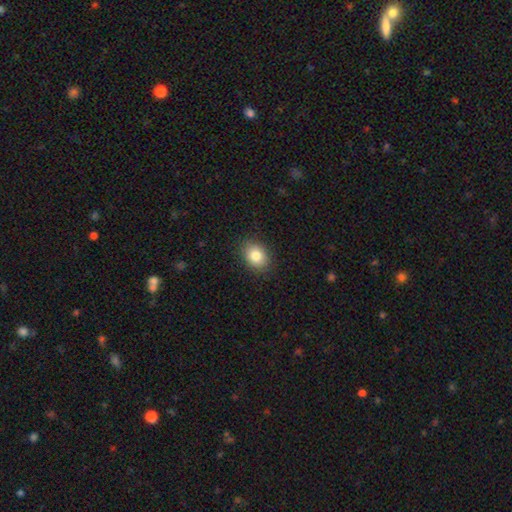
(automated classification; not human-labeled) Morphology: type=smooth (82%); roundness=in between (63%); merging=none (87%).